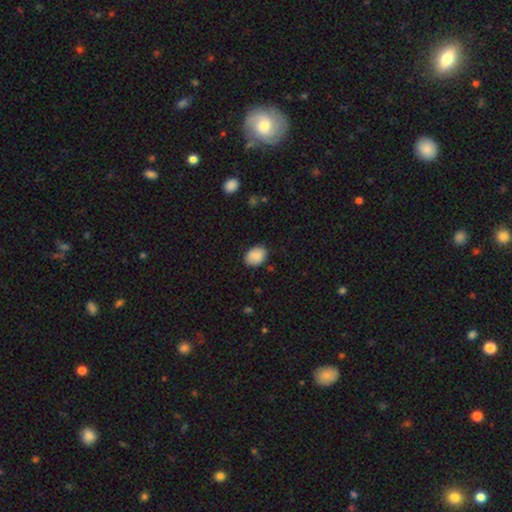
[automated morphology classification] Smooth or featured: smooth — 87% (star or artifact — 7%)
How rounded: in between — 71% (round — 28%)
Merging: none — 81% (minor disturbance — 15%)